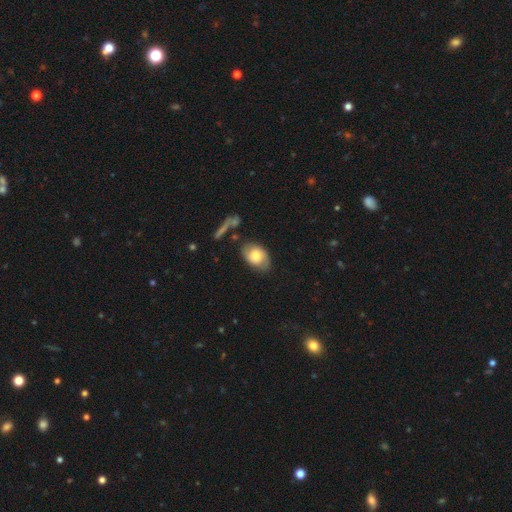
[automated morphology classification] Q: Smooth or featured?
A: smooth (57%); runner-up: featured or disk (36%)
Q: How rounded?
A: in between (81%); runner-up: round (17%)
Q: Merging?
A: none (71%); runner-up: minor disturbance (19%)